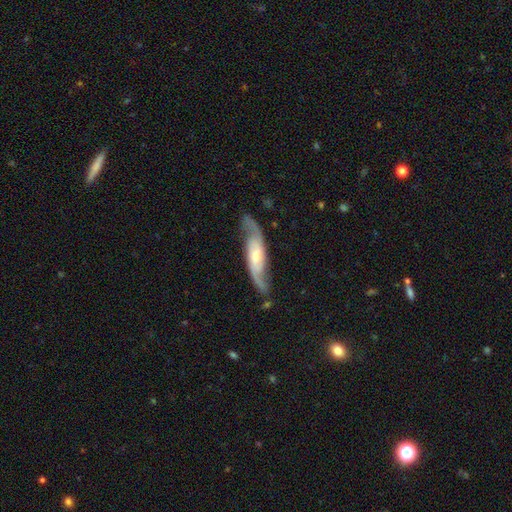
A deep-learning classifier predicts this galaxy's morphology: A featured or disk galaxy (82%) with no bar (46%), 2 (91%) loose (47%) spiral arms (96%) and a small central bulge (44%). Merging: none (78%).